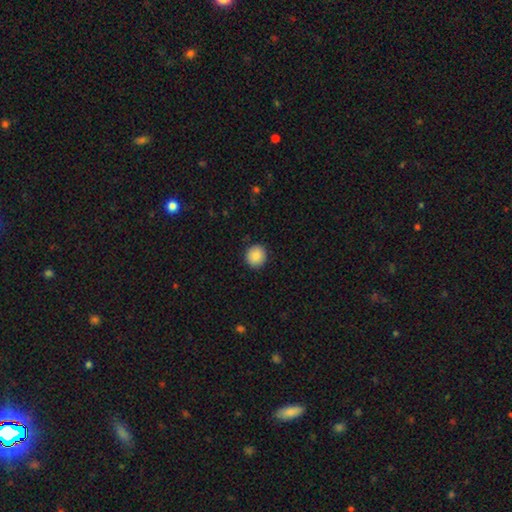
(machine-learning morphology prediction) Q: Smooth or featured?
A: smooth (88%); runner-up: star or artifact (8%)
Q: How rounded?
A: round (89%); runner-up: in between (10%)
Q: Merging?
A: none (91%); runner-up: minor disturbance (7%)